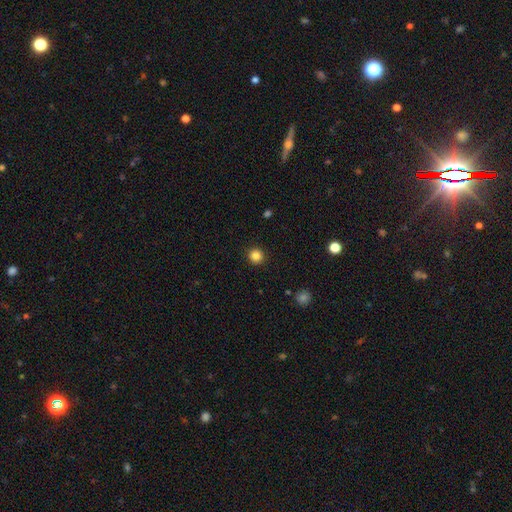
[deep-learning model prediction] Smooth or featured? Predicted: smooth (p=0.85). How rounded? Predicted: round (p=0.94). Merging? Predicted: none (p=0.93).